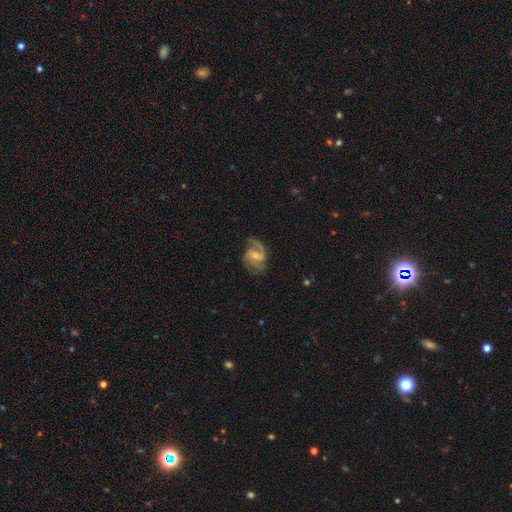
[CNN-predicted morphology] smooth-or-featured: featured or disk: 86% | smooth: 8% | star or artifact: 5%
  disk-edge-on: no: 98% | yes: 2%
    bar: weak: 50% | no: 31% | strong: 18%
    has-spiral-arms: yes: 97% | no: 3%
      spiral-winding: medium: 54% | loose: 24% | tight: 22%
      spiral-arm-count: 2: 56% | 3: 24% | can't tell: 9% | 1: 5% | 4: 4% | more than 4: 3%
    bulge-size: small: 53% | moderate: 41% | none: 3% | large: 2% | dominant: 1%
  merging: none: 66% | minor disturbance: 21% | major disturbance: 12% | merger: 2%